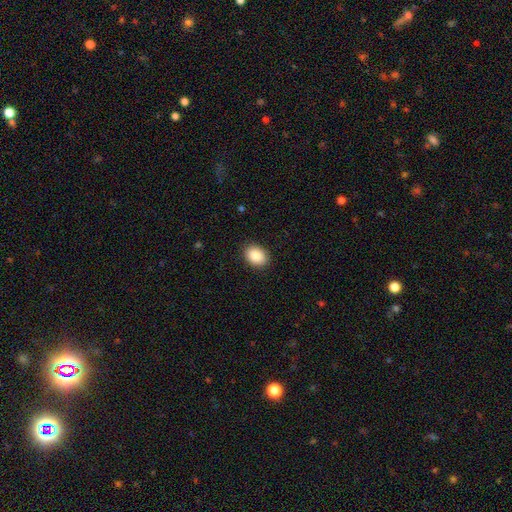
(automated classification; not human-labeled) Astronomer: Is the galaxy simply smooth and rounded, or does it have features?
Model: smooth — 89%.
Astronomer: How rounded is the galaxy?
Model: in between — 71%.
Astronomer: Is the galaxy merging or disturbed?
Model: none — 88%.